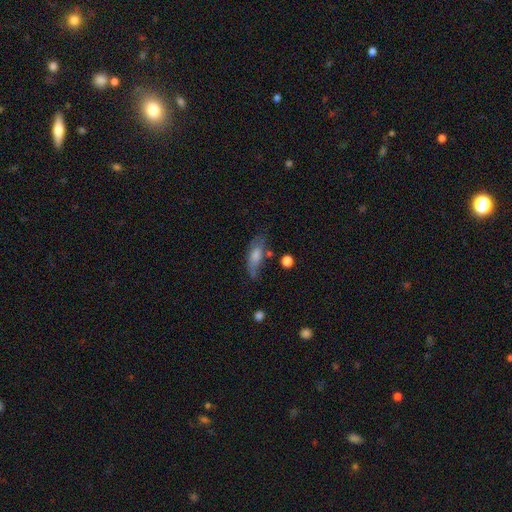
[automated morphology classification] A smooth galaxy with no disk features (68%) that is in between round and cigar-shaped (70%). Merging: none (48%).